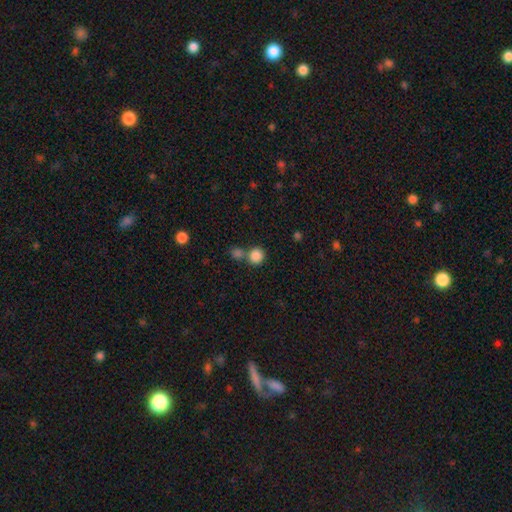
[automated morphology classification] smooth_or_featured: smooth (p=0.85) [alt: star or artifact p=0.10]
how_rounded: round (p=0.90) [alt: in between p=0.09]
merging: none (p=0.60) [alt: merger p=0.29]